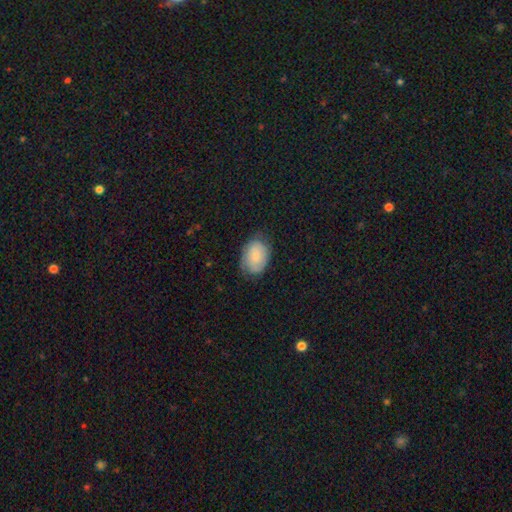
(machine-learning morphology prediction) Q: Smooth or featured?
A: smooth (65%); runner-up: featured or disk (28%)
Q: How rounded?
A: in between (79%); runner-up: round (20%)
Q: Merging?
A: none (70%); runner-up: minor disturbance (23%)